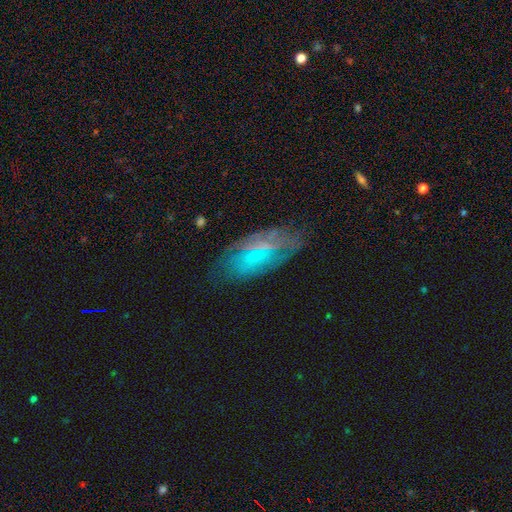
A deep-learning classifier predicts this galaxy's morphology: Smooth or featured?
  - featured or disk: 55% *
  - smooth: 33%
  - star or artifact: 12%
Edge-on disk?
  - no: 85% *
  - yes: 15%
Merging?
  - none: 69% *
  - minor disturbance: 21%
  - major disturbance: 8%
  - merger: 2%